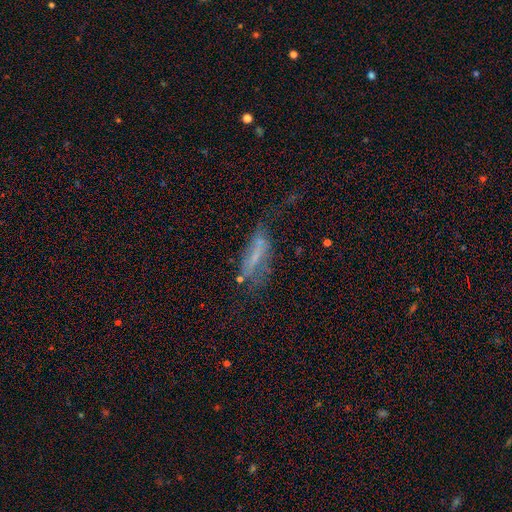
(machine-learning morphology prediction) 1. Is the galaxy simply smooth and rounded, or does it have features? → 47% featured or disk, 39% smooth, 15% star or artifact.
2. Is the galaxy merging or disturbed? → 39% none, 29% major disturbance, 27% minor disturbance, 6% merger.